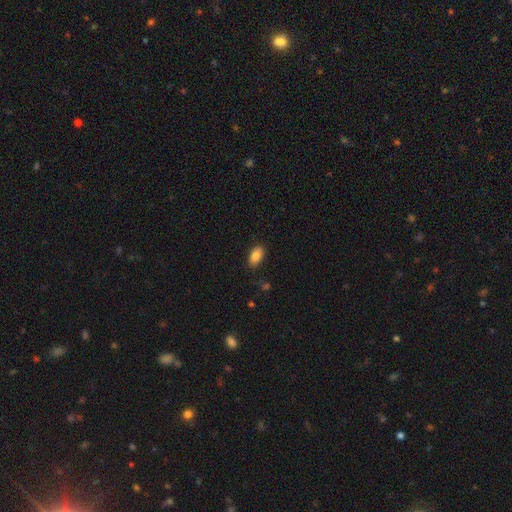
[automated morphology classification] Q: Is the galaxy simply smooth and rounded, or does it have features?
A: smooth — 86%.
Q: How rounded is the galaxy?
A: in between — 92%.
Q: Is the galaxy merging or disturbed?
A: none — 86%.